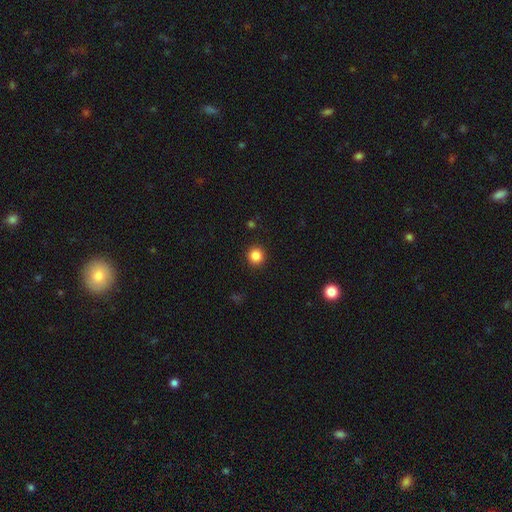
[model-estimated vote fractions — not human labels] This is clearly a smooth galaxy (85%). How rounded: clearly round (93%). Merging: clearly none (92%).